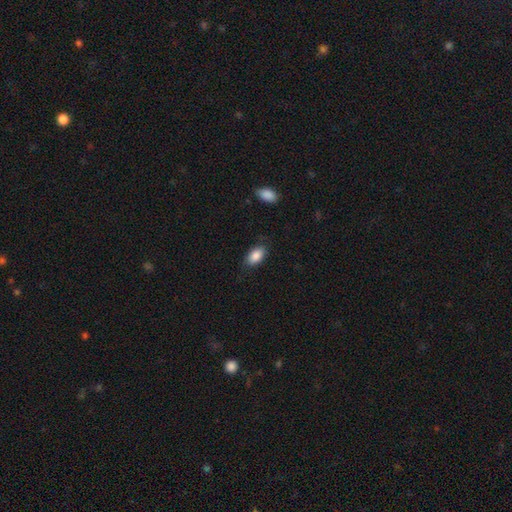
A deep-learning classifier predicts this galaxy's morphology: Smooth or featured? smooth (88%)
How rounded? in between (92%)
Merging? none (80%)